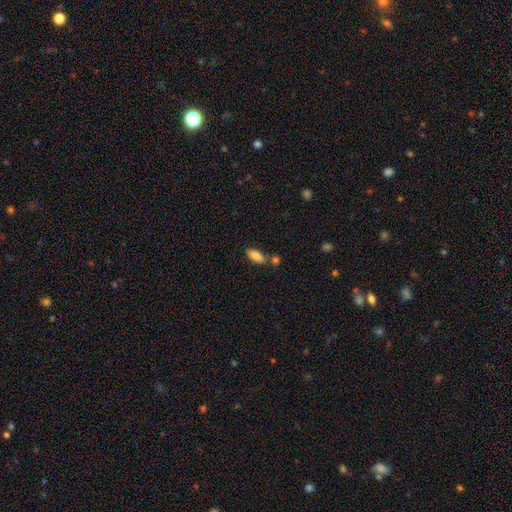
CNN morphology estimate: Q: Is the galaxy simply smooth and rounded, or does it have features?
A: smooth — 85%.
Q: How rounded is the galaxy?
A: in between — 86%.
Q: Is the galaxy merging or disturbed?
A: none — 66%.